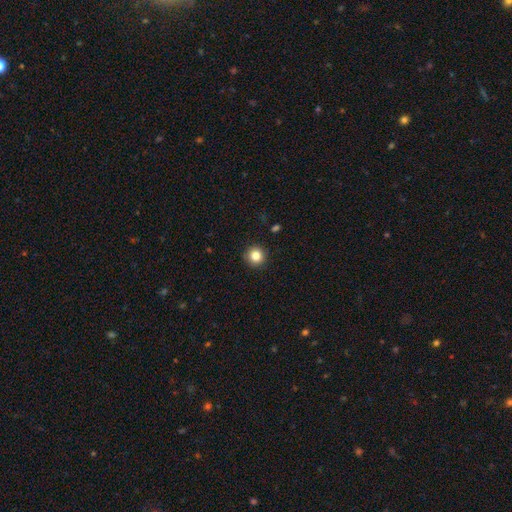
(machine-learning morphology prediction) Smooth or featured? smooth (84%)
How rounded? round (95%)
Merging? none (92%)